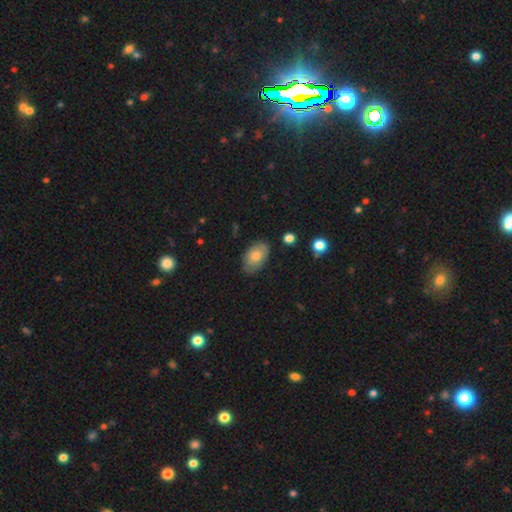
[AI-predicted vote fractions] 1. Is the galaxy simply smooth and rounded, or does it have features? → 72% smooth, 21% featured or disk, 7% star or artifact.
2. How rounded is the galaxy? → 92% in between, 7% round, 1% cigar-shaped.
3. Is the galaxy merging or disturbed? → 80% none, 16% minor disturbance, 3% major disturbance, 1% merger.